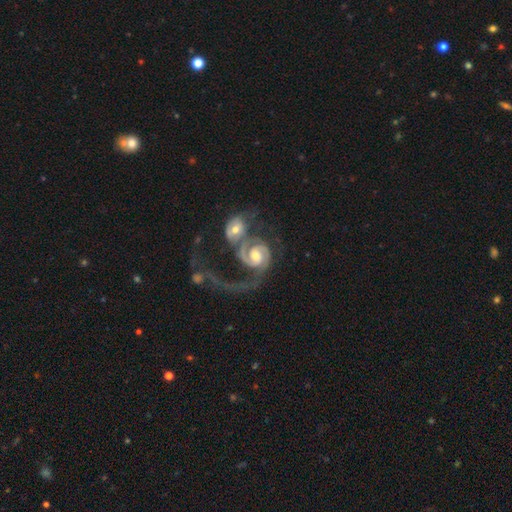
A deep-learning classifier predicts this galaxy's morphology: This is clearly a featured or disk galaxy (90%). It is clearly not viewed edge-on (98%). Bar: possibly no (53%). Spiral arm pattern: clearly yes (97%). Spiral arm count: likely 2 (75%). Spiral winding: marginally tight (40%, tied with medium). Central bulge: likely moderate (66%). Merging: possibly merger (59%).